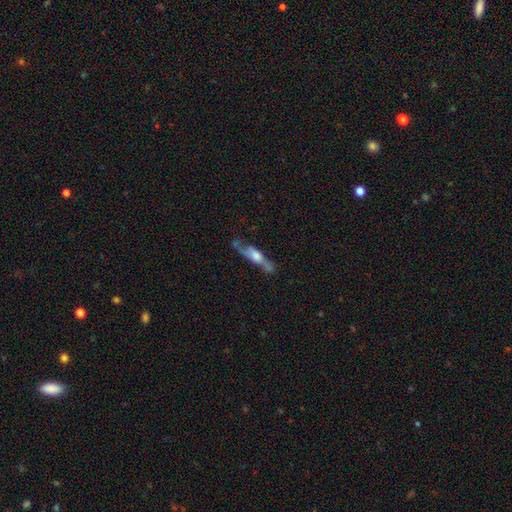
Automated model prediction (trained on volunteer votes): Morphology: type=featured or disk (63%); edge-on=yes (68%); merging=none (56%).